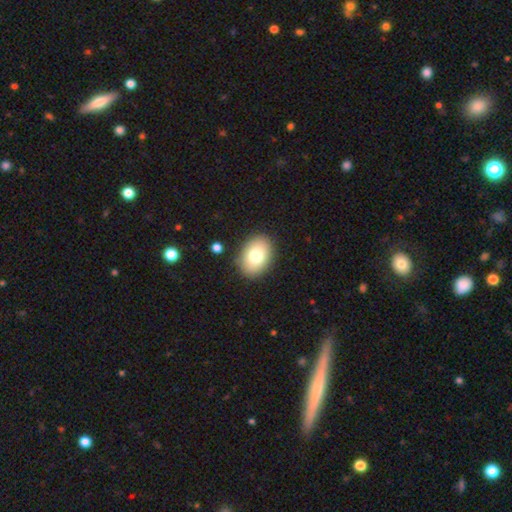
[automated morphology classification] Smooth or featured: smooth — 79% (featured or disk — 13%)
How rounded: in between — 79% (round — 20%)
Merging: none — 88% (minor disturbance — 8%)